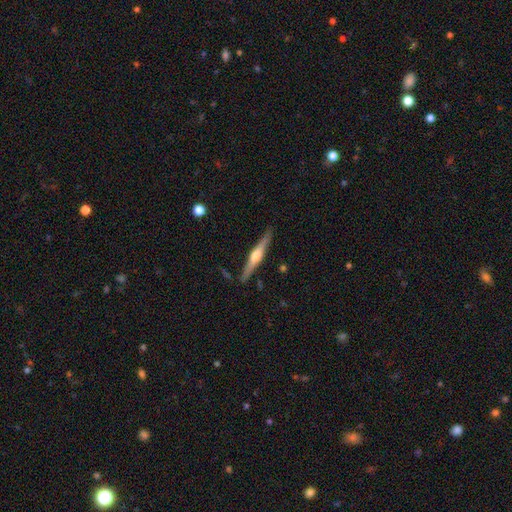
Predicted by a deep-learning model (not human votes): The model was most divided on "smooth or featured": featured or disk: 73%, smooth: 22%, star or artifact: 5%. More confident: edge-on disk — yes (98%); merging — none (89%); edge-on bulge — rounded (88%).